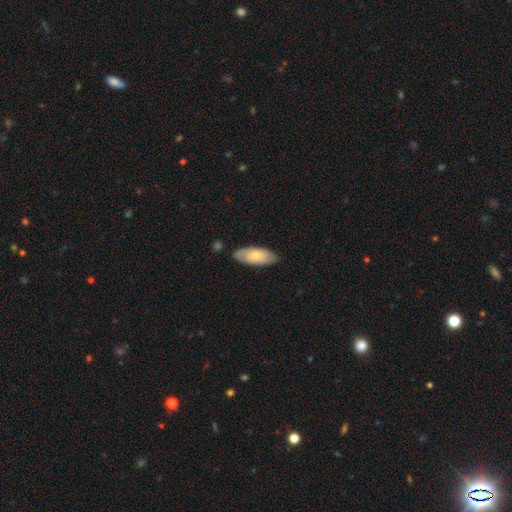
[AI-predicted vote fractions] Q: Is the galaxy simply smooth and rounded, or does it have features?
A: smooth — 65%.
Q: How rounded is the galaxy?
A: in between — 83%.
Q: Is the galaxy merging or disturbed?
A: none — 79%.